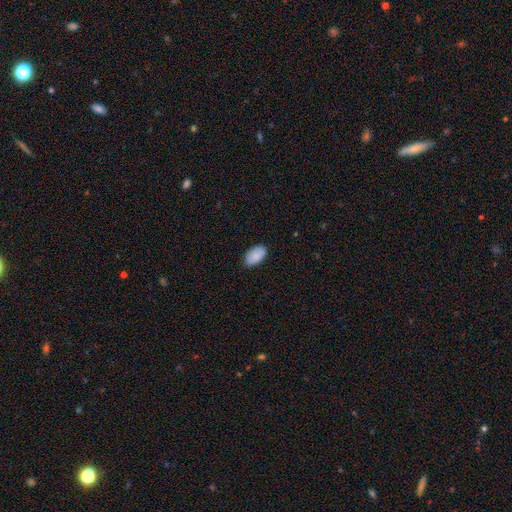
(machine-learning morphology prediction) smooth-or-featured: smooth: 90% | star or artifact: 6% | featured or disk: 4%
  how-rounded: in between: 95% | round: 3% | cigar-shaped: 2%
  merging: none: 87% | minor disturbance: 10% | major disturbance: 2% | merger: 1%